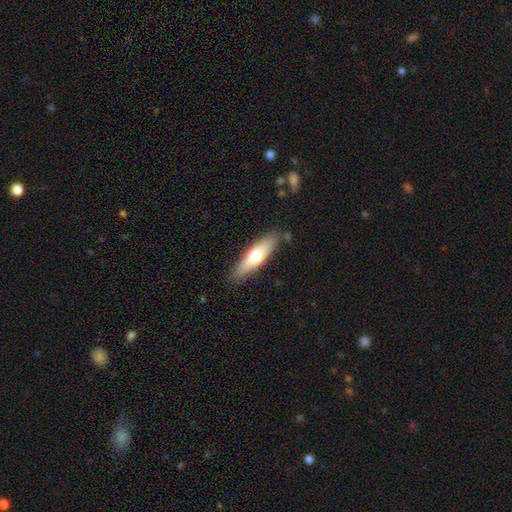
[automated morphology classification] Smooth or featured: smooth — 64% (featured or disk — 30%)
How rounded: cigar-shaped — 67% (in between — 32%)
Merging: none — 83% (minor disturbance — 12%)